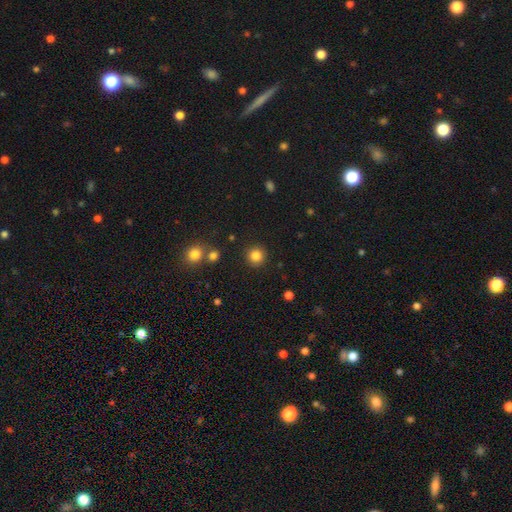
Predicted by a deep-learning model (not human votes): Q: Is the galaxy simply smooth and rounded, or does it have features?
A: smooth — 85%.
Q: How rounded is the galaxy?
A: round — 94%.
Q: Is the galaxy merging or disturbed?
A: none — 90%.